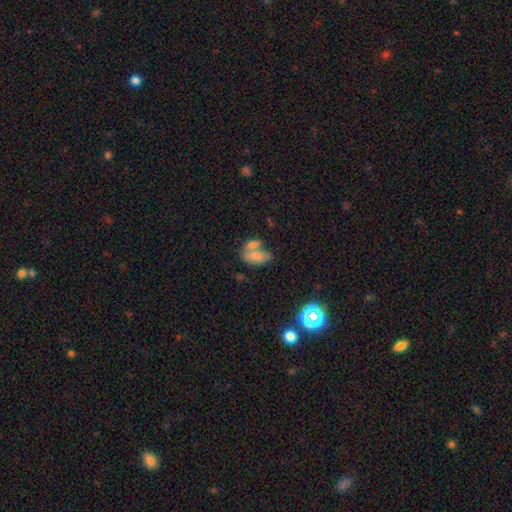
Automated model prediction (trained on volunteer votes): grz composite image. It shows a smooth galaxy with no disk features (72%) that is in between round and cigar-shaped (88%). Merging: merger (56%).